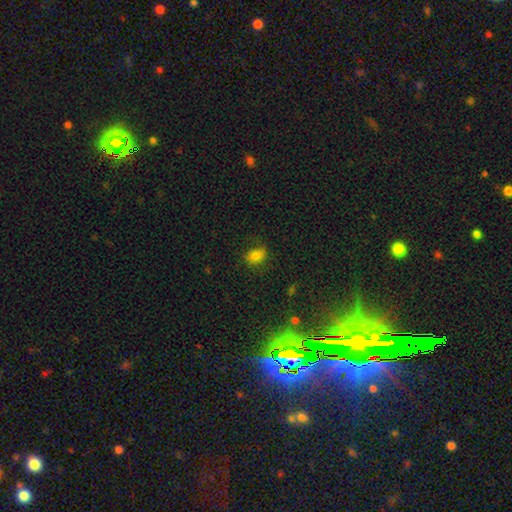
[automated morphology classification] Overall: smooth (74%). How rounded: in between (70%). Merging: none (71%).